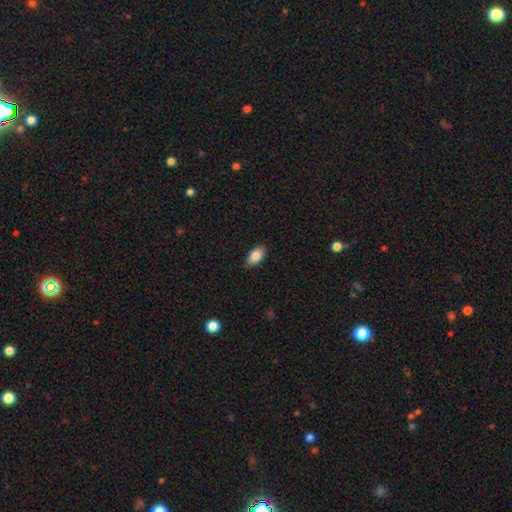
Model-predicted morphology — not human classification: Overall: smooth (85%). How rounded: in between (93%). Merging: none (88%).